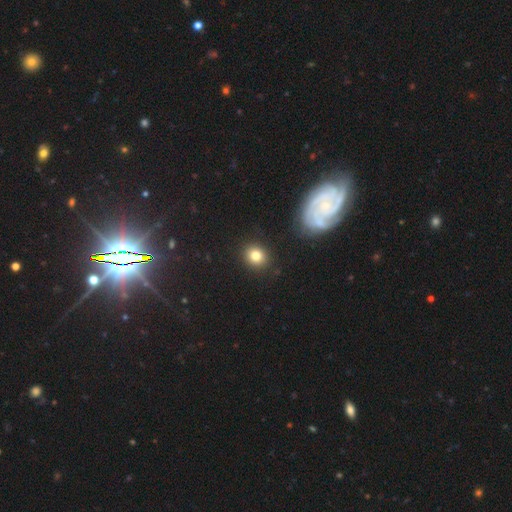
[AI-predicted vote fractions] The model was most divided on "how rounded": round: 75%, in between: 24%, cigar-shaped: 1%. More confident: merging — none (89%); smooth or featured — smooth (79%).